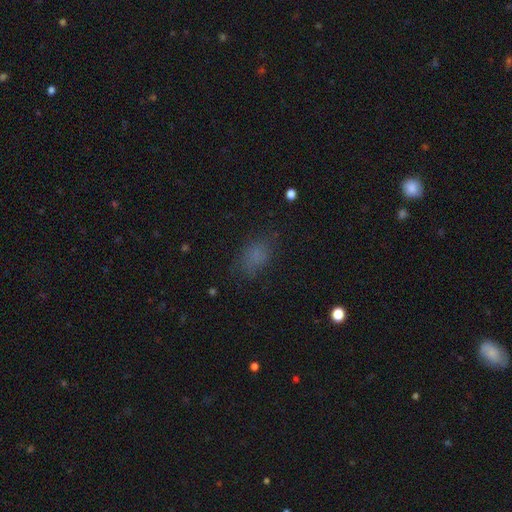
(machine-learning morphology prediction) smooth 74%, star or artifact 17%, featured or disk 9%. Down the decision tree: how rounded — in between (75%); merging — none (70%).